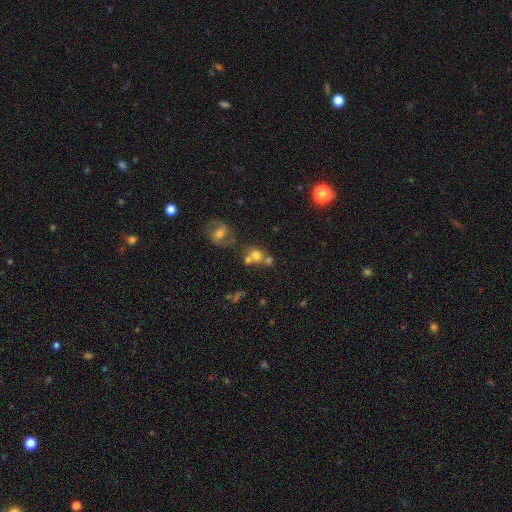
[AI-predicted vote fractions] This is likely a smooth galaxy (67%). How rounded: likely round (73%). Merging: marginally none (44%).